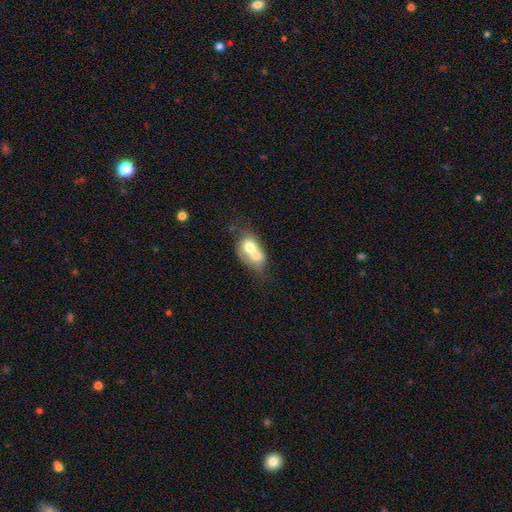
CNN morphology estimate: smooth_or_featured: smooth (p=0.62) [alt: featured or disk p=0.30]
how_rounded: in between (p=0.68) [alt: round p=0.30]
merging: merger (p=0.71) [alt: none p=0.16]